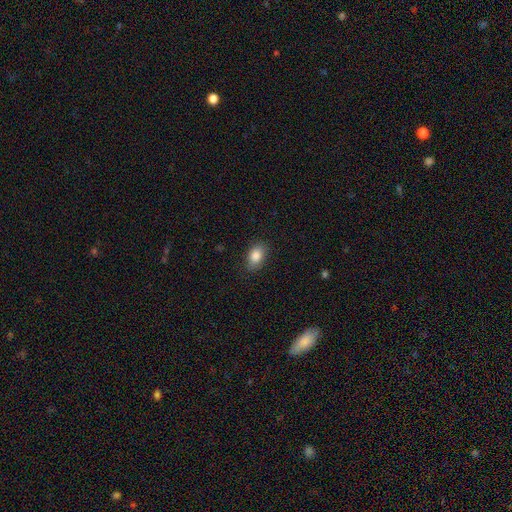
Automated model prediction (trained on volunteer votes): Smooth or featured? Predicted: smooth (p=0.86). How rounded? Predicted: in between (p=0.87). Merging? Predicted: none (p=0.84).